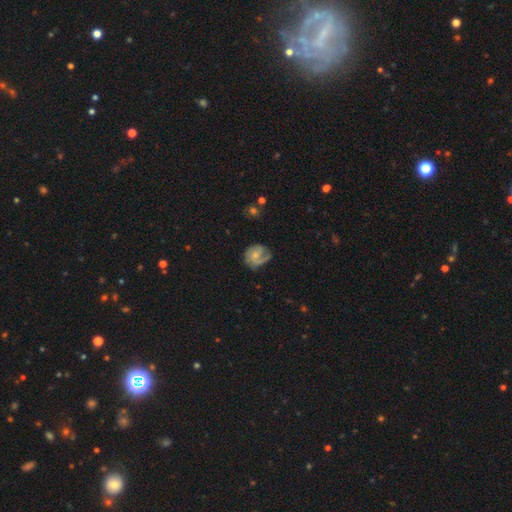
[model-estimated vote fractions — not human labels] The model was most divided on "spiral winding": tight: 42%, medium: 39%, loose: 19%. Remaining: edge-on disk — no (98%); spiral arms — yes (89%); smooth or featured — featured or disk (66%); bar — no (63%); merging — none (56%); bulge size — small (52%); spiral arm count — 2 (39%).